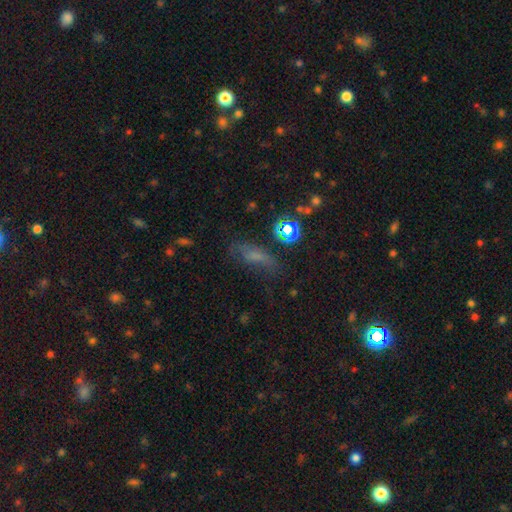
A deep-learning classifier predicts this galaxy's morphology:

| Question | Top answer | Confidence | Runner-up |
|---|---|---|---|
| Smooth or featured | smooth | 49% | star or artifact (26%) |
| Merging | none | 55% | minor disturbance (24%) |